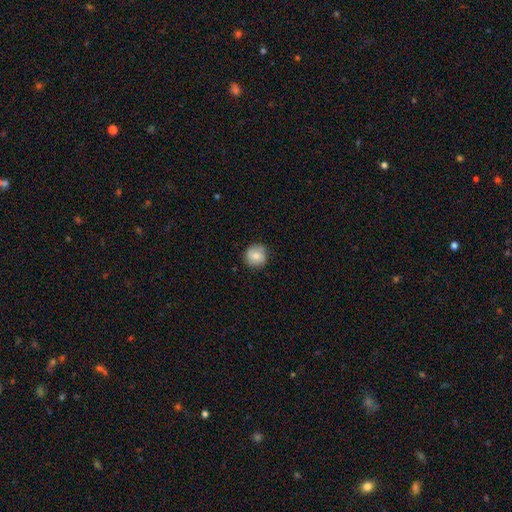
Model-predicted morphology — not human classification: A smooth galaxy with no disk features (74%) that is round (92%). Merging: none (85%).